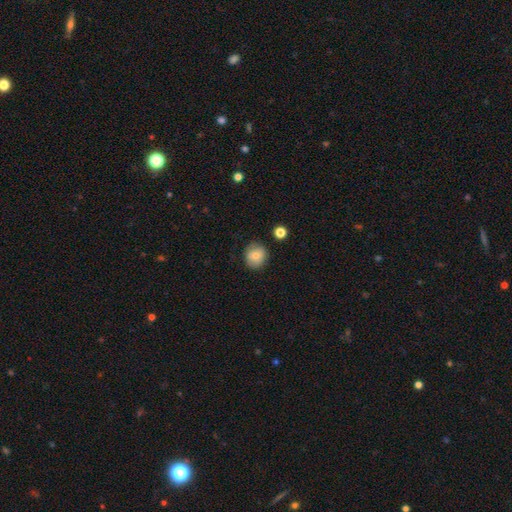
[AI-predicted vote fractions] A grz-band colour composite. It shows a smooth galaxy with no disk features (72%) that is round (84%). Merging: none (82%).